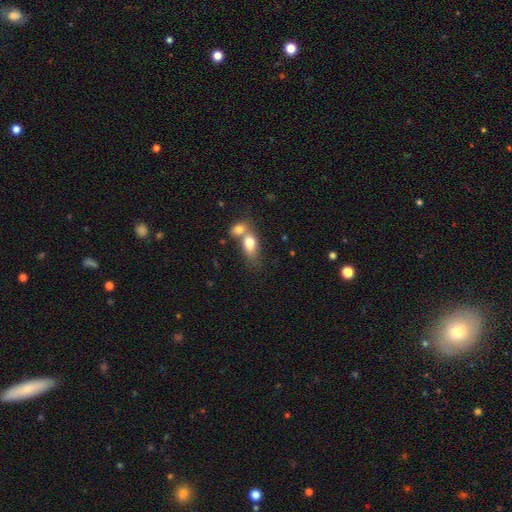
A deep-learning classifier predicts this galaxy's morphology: Q: Smooth or featured?
A: smooth (64%); runner-up: featured or disk (20%)
Q: How rounded?
A: in between (70%); runner-up: round (23%)
Q: Merging?
A: none (47%); runner-up: merger (38%)